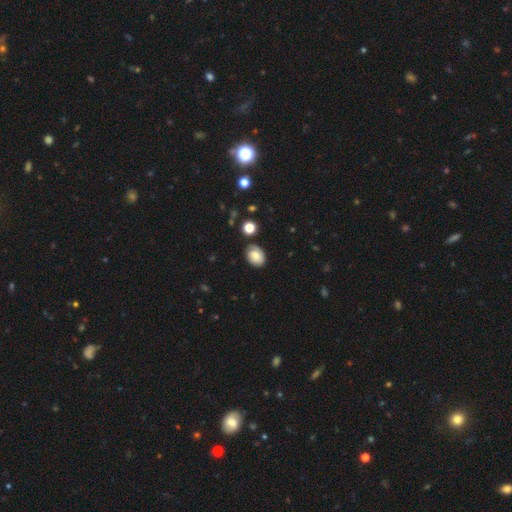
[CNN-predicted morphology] smooth-or-featured: smooth: 77% | featured or disk: 14% | star or artifact: 9%
  how-rounded: in between: 66% | round: 33% | cigar-shaped: 1%
  merging: none: 79% | minor disturbance: 14% | merger: 3% | major disturbance: 3%